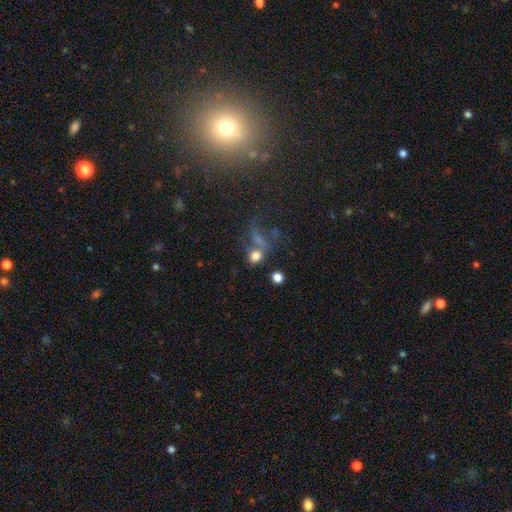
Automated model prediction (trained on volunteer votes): This appears to be a smooth galaxy with no disk features (72%) that is round (65%). Merging: none (41%).